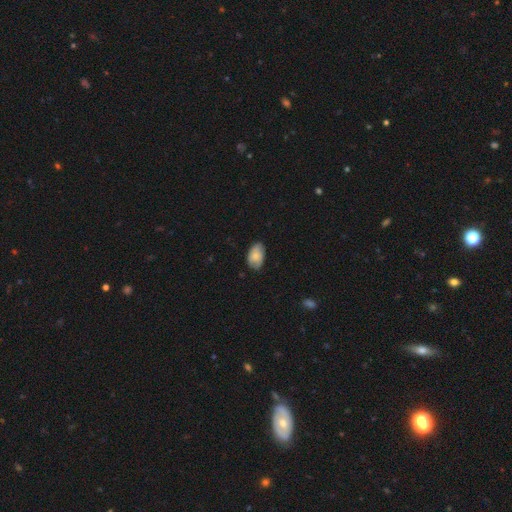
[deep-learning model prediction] Q: Smooth or featured?
A: smooth (79%); runner-up: featured or disk (14%)
Q: How rounded?
A: in between (91%); runner-up: round (7%)
Q: Merging?
A: none (74%); runner-up: minor disturbance (21%)